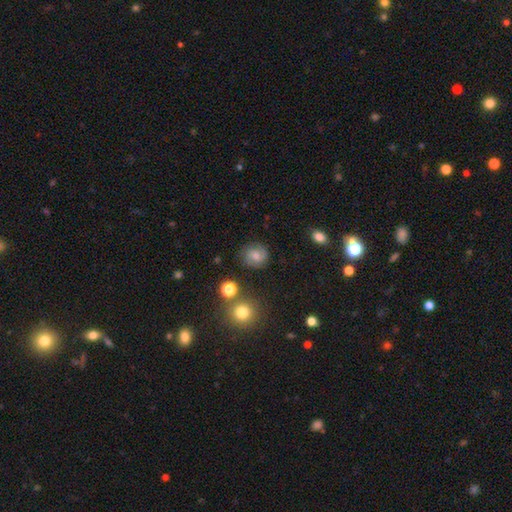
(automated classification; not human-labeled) Smooth or featured? Predicted: featured or disk (p=0.47). Merging? Predicted: none (p=0.80).